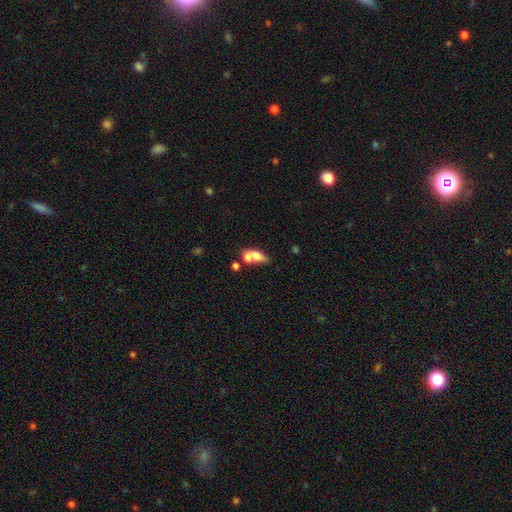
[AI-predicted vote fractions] Q: Smooth or featured?
A: smooth (65%); runner-up: featured or disk (25%)
Q: How rounded?
A: in between (68%); runner-up: round (17%)
Q: Merging?
A: merger (52%); runner-up: none (30%)